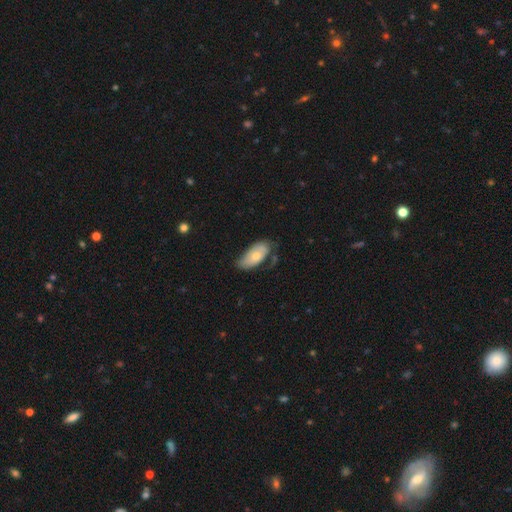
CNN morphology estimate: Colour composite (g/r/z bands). It shows a smooth galaxy with no disk features (64%) that is in between round and cigar-shaped (92%). Merging: none (52%).